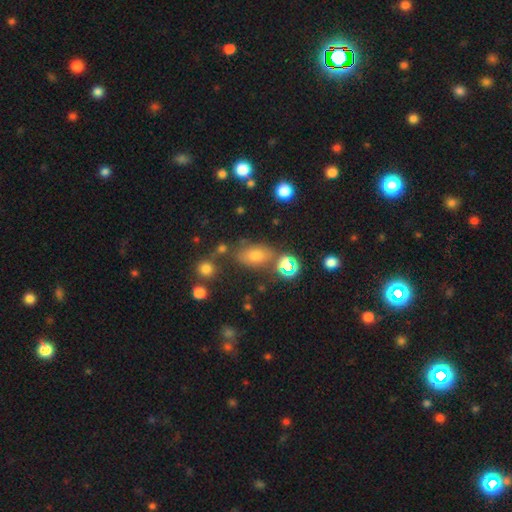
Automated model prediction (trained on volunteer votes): Q: Smooth or featured?
A: smooth (66%); runner-up: star or artifact (21%)
Q: How rounded?
A: in between (81%); runner-up: round (16%)
Q: Merging?
A: none (68%); runner-up: minor disturbance (15%)